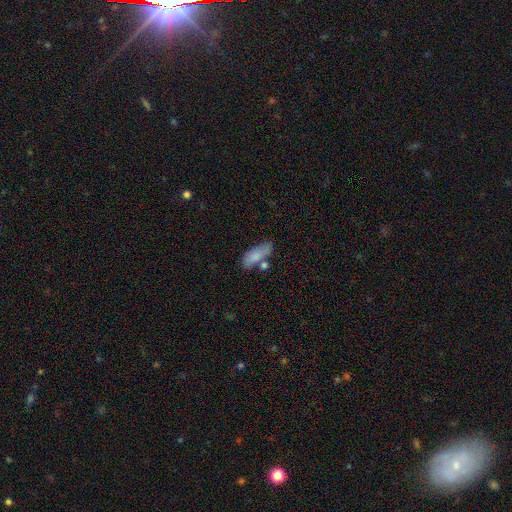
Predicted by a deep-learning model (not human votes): The model was most divided on "merging": none: 49%, minor disturbance: 22%, merger: 20%, major disturbance: 8%. More confident: smooth or featured — smooth (80%); how rounded — in between (75%).